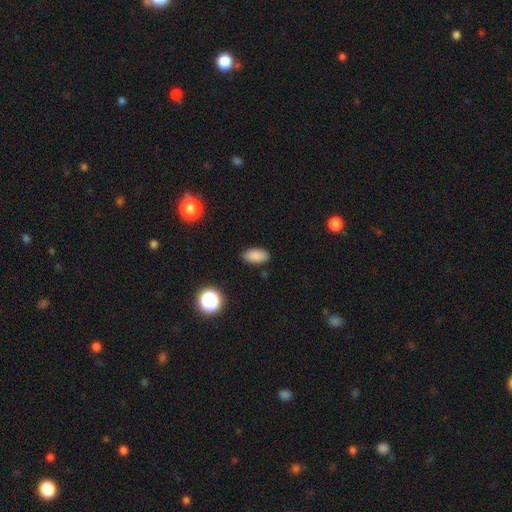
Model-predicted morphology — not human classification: Overall: smooth (86%). How rounded: in between (93%). Merging: none (88%).